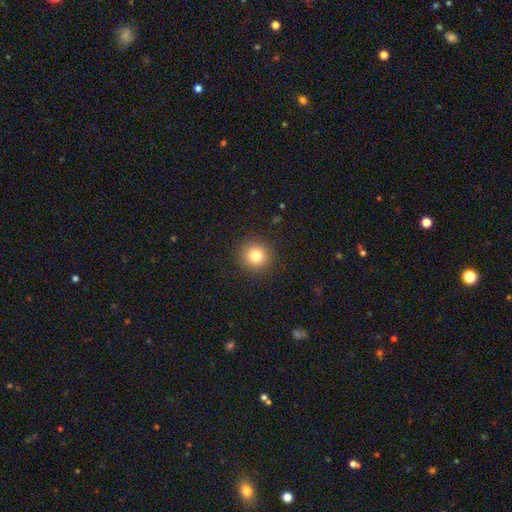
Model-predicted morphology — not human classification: A smooth galaxy with no disk features (81%) that is round (93%).

Vote fractions:
- Smooth or featured? smooth: 81% / star or artifact: 12% / featured or disk: 8%
- How rounded? round: 93% / in between: 6% / cigar-shaped: 1%
- Merging? none: 91% / minor disturbance: 5% / major disturbance: 2% / merger: 1%